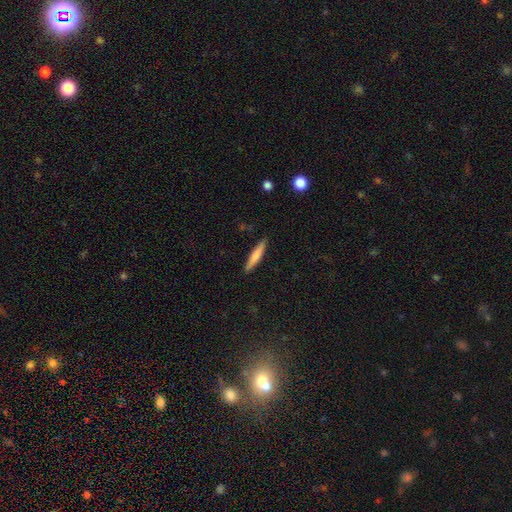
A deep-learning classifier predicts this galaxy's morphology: Smooth or featured: smooth — 70% (featured or disk — 25%)
How rounded: cigar-shaped — 92% (in between — 7%)
Merging: none — 90% (minor disturbance — 7%)